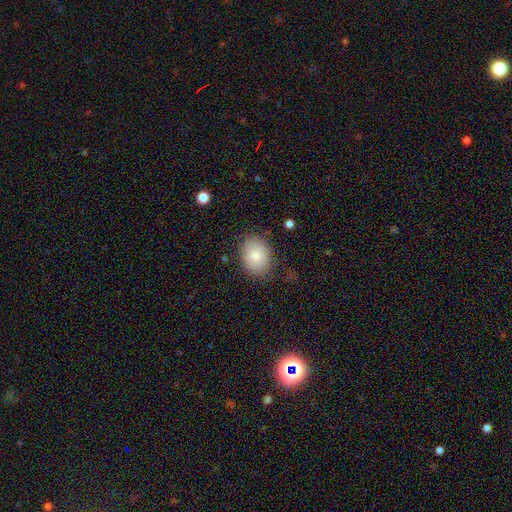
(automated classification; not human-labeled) smooth-or-featured: smooth: 81% | featured or disk: 11% | star or artifact: 8%
  how-rounded: in between: 63% | round: 36% | cigar-shaped: 1%
  merging: none: 77% | minor disturbance: 16% | major disturbance: 5% | merger: 2%